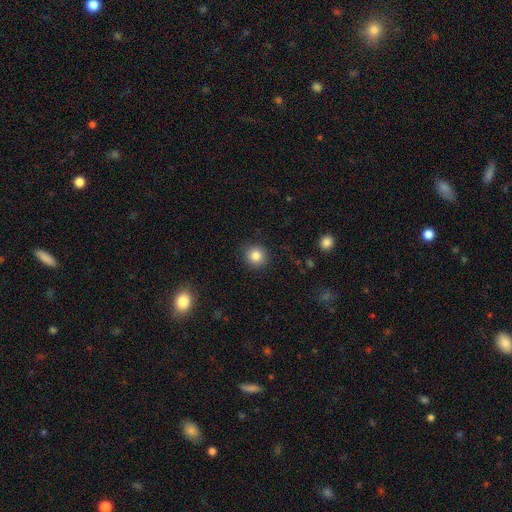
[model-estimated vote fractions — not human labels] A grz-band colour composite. It shows a smooth galaxy with no disk features (84%) that is round (93%). Merging: none (91%).